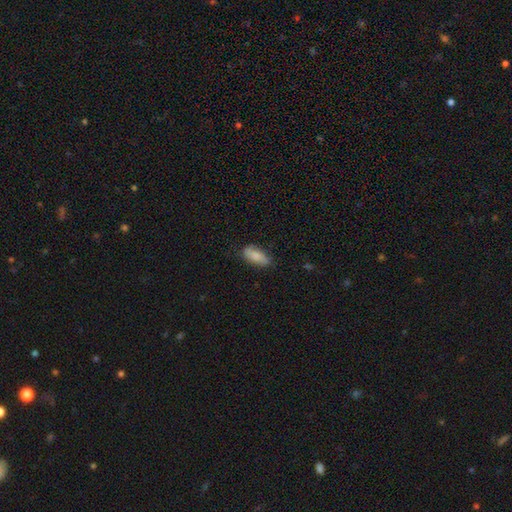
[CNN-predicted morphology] Smooth or featured: smooth — 78% (featured or disk — 15%)
How rounded: in between — 86% (cigar-shaped — 11%)
Merging: none — 72% (minor disturbance — 22%)